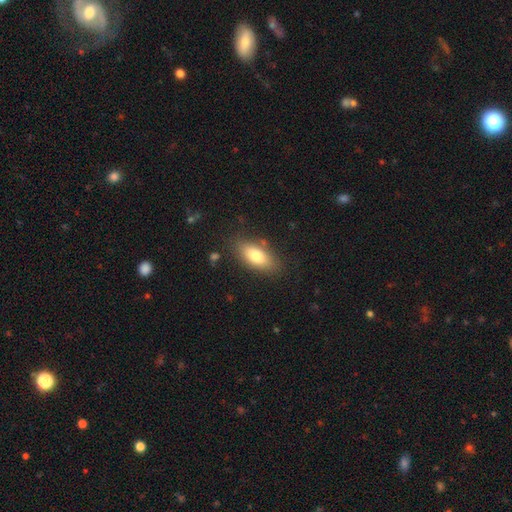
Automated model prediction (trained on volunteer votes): Smooth or featured? smooth (78%)
How rounded? in between (84%)
Merging? none (82%)